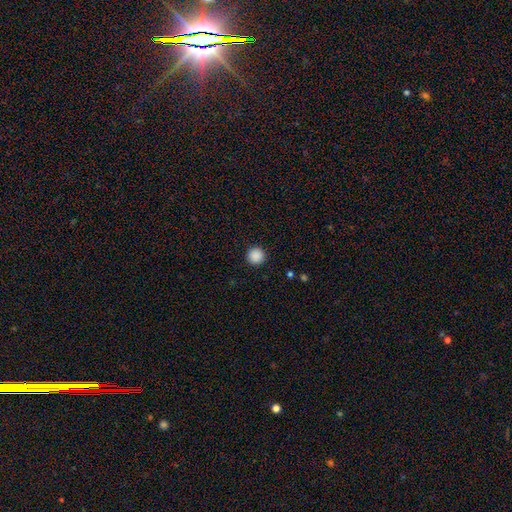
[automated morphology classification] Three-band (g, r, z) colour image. It shows a smooth galaxy with no disk features (89%) that is round (96%). Merging: none (93%).